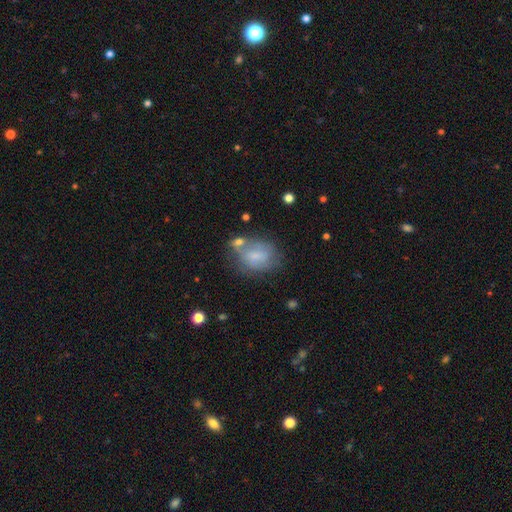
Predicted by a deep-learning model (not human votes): Q: Smooth or featured?
A: smooth (58%); runner-up: featured or disk (32%)
Q: How rounded?
A: in between (67%); runner-up: round (32%)
Q: Merging?
A: none (41%); runner-up: minor disturbance (26%)